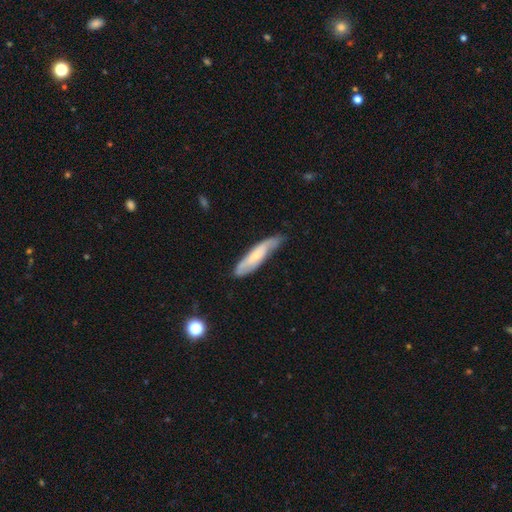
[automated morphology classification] This appears to be a smooth galaxy with no disk features (49%). Merging: none (59%).